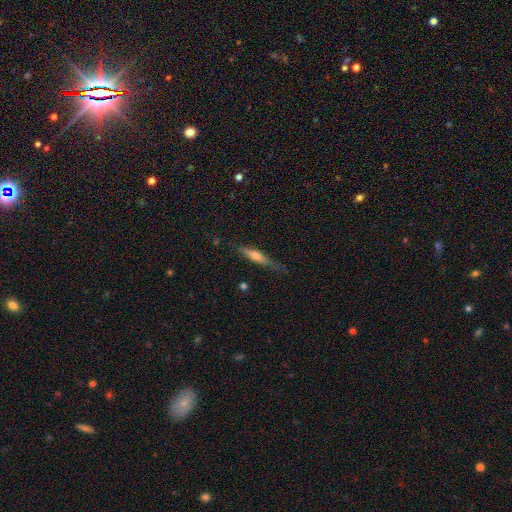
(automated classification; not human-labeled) Smooth or featured: featured or disk — 49% (smooth — 45%)
Merging: none — 69% (minor disturbance — 23%)